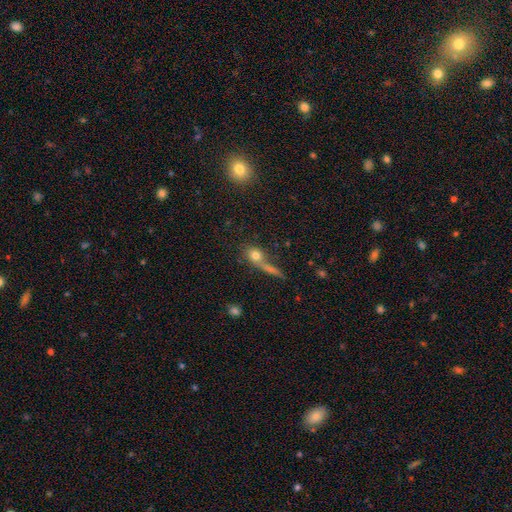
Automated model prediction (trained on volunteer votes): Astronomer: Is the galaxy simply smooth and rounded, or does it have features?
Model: smooth — 73%.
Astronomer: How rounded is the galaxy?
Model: round — 55% (runner-up: in between, 33%).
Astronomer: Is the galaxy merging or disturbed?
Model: none — 47% (runner-up: merger, 31%).